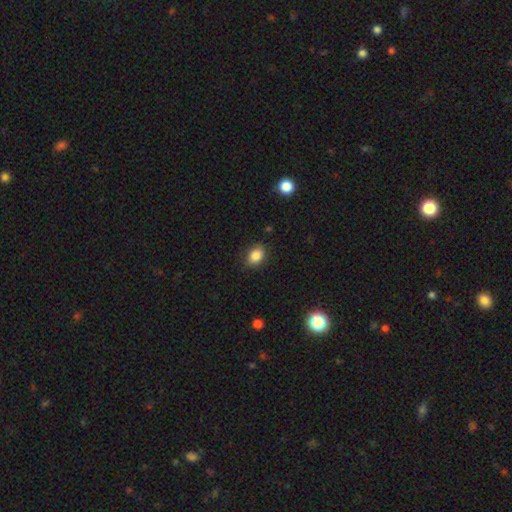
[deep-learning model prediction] Smooth or featured? Predicted: smooth (p=0.85). How rounded? Predicted: in between (p=0.62). Merging? Predicted: none (p=0.84).